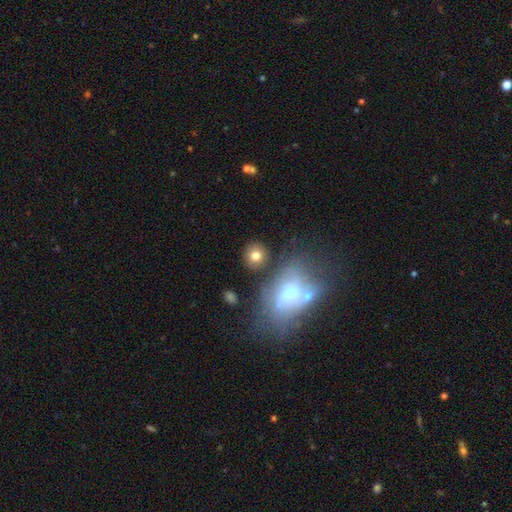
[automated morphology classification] Smooth or featured: smooth — 79% (featured or disk — 11%)
How rounded: round — 83% (in between — 16%)
Merging: none — 80% (minor disturbance — 9%)